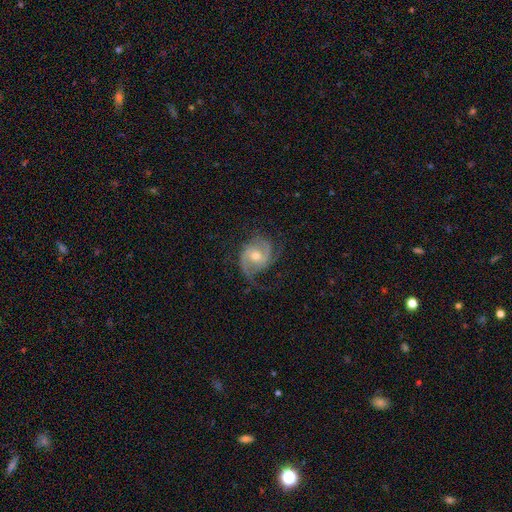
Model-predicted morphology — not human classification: featured or disk 87%, smooth 8%, star or artifact 5%. Down the decision tree: edge-on disk — no (98%); bar — no (60%); spiral arms — yes (97%); spiral arm count — 2 (58%); spiral winding — medium (49%); bulge size — moderate (70%); merging — none (65%).